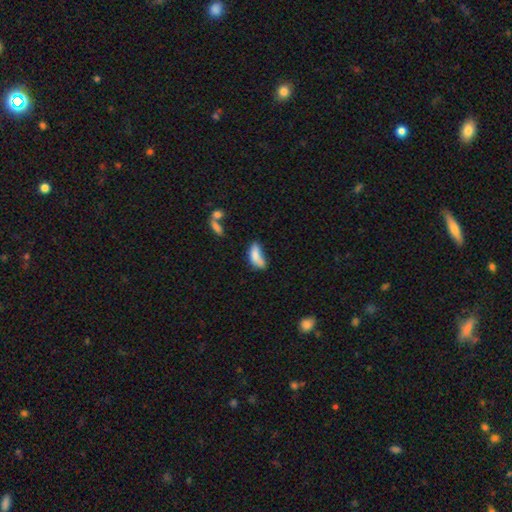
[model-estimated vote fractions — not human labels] A smooth galaxy with no disk features (76%) that is in between round and cigar-shaped (79%).

Vote fractions:
- Smooth or featured? smooth: 76% / featured or disk: 15% / star or artifact: 9%
- How rounded? in between: 79% / cigar-shaped: 18% / round: 3%
- Merging? minor disturbance: 31% / none: 30% / major disturbance: 20% / merger: 19%